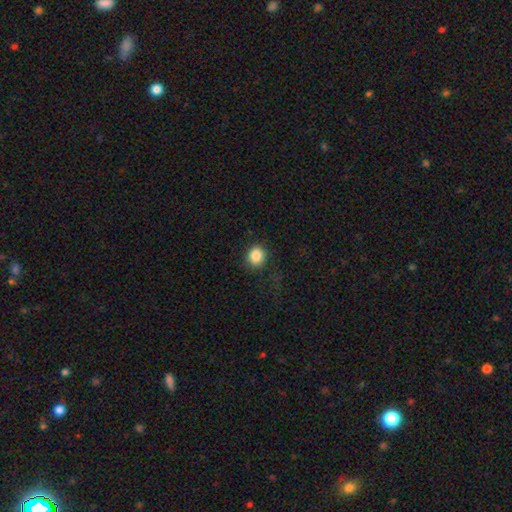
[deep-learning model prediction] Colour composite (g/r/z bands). It shows a smooth galaxy with no disk features (85%) that is round (82%). Merging: none (81%).